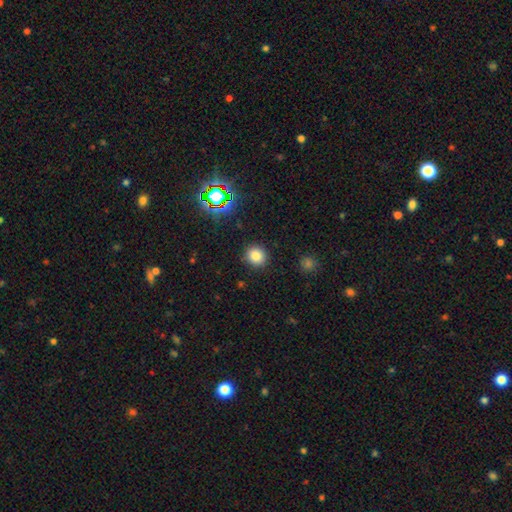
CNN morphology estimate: smooth 80%, star or artifact 15%, featured or disk 5%. Down the decision tree: how rounded — round (86%); merging — none (89%).